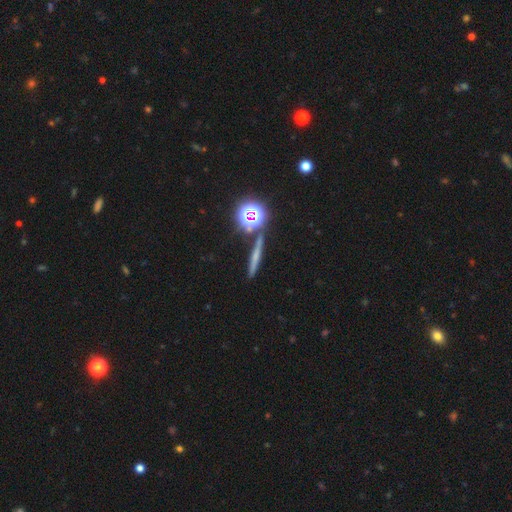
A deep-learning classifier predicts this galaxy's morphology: This appears to be a smooth galaxy with no disk features (43%). Merging: none (85%).